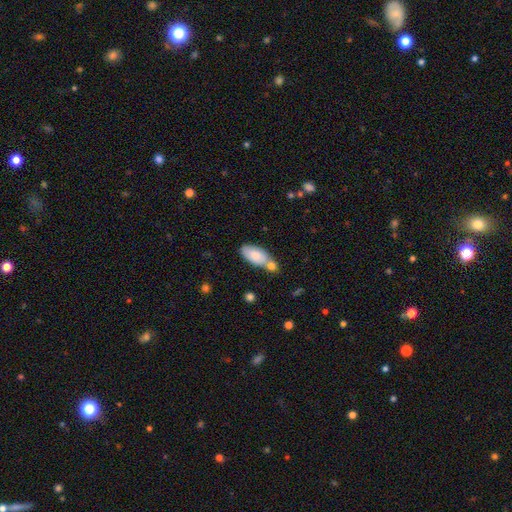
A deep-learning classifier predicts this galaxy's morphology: smooth 77%, featured or disk 17%, star or artifact 6%. Down the decision tree: how rounded — in between (91%); merging — none (50%).